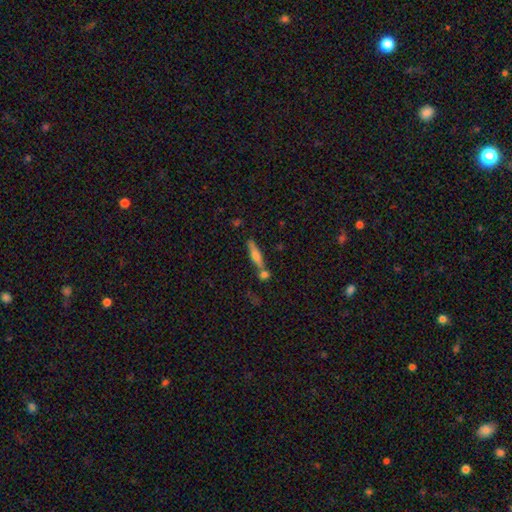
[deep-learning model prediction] A smooth galaxy with no disk features (54%) that is cigar-shaped (80%). Merging: none (60%).